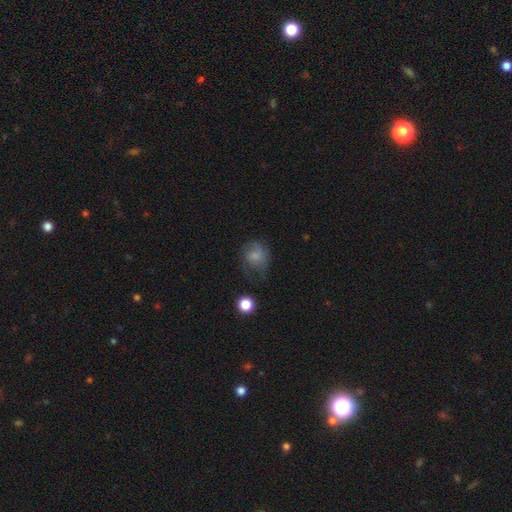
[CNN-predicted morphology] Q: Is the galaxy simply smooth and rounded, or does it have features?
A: smooth — 64%.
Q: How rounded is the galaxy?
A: round — 68%.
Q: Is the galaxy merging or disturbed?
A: none — 50%.